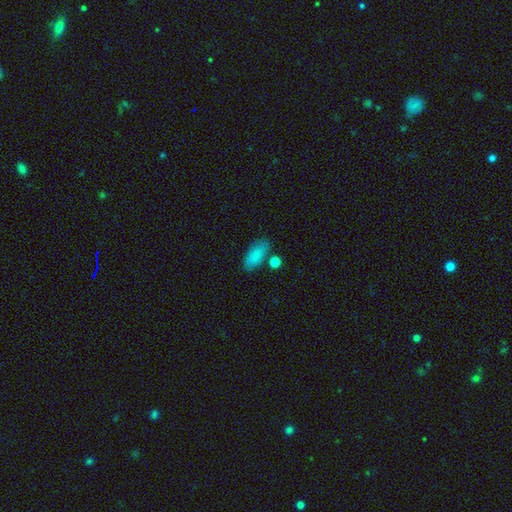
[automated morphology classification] Smooth or featured?
  - smooth: 85% *
  - star or artifact: 7%
  - featured or disk: 7%
How rounded?
  - in between: 88% *
  - cigar-shaped: 9%
  - round: 3%
Merging?
  - none: 72% *
  - minor disturbance: 16%
  - merger: 8%
  - major disturbance: 4%